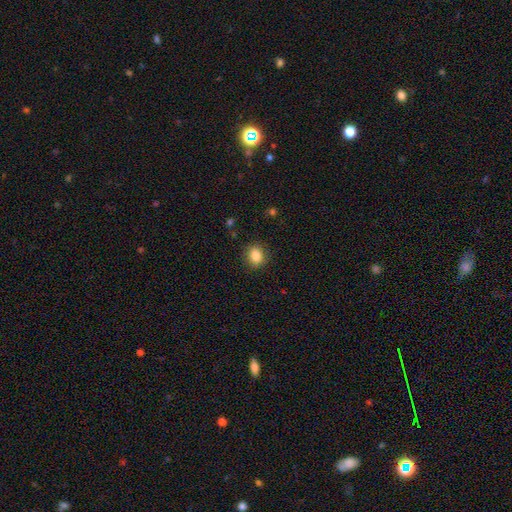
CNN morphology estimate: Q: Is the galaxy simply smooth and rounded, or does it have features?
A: smooth — 84%.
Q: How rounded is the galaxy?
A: round — 59%.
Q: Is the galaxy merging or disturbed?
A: none — 87%.